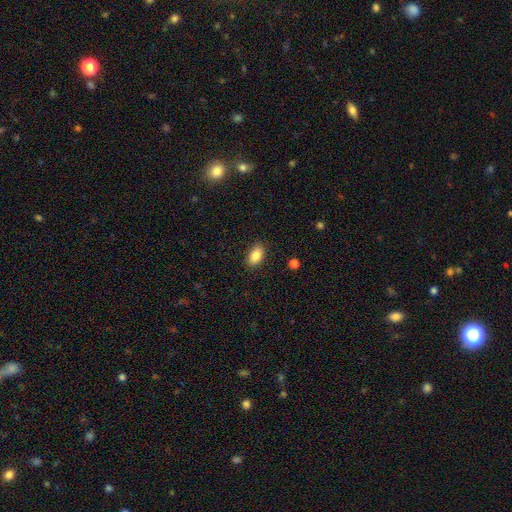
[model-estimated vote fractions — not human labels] Smooth or featured?
  - smooth: 86% *
  - star or artifact: 8%
  - featured or disk: 6%
How rounded?
  - in between: 89% *
  - round: 9%
  - cigar-shaped: 2%
Merging?
  - none: 86% *
  - minor disturbance: 10%
  - major disturbance: 2%
  - merger: 1%